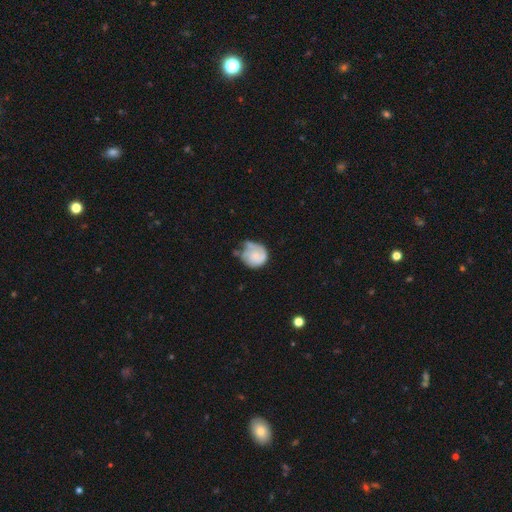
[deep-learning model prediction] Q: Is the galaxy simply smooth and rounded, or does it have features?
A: smooth — 53%.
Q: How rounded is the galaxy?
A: round — 81%.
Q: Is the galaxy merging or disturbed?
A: none — 37%.